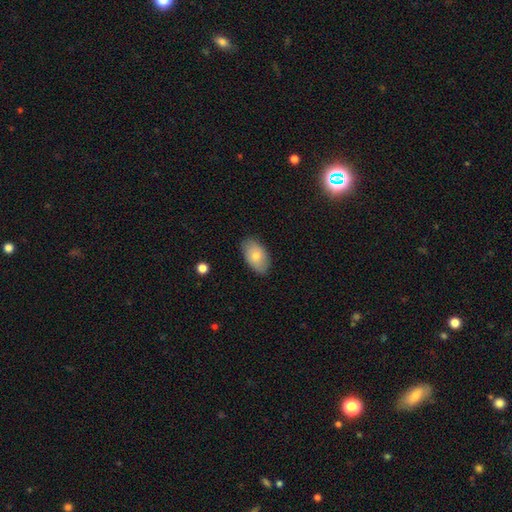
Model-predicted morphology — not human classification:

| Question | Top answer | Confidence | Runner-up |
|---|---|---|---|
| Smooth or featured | smooth | 75% | featured or disk (18%) |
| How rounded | in between | 93% | round (6%) |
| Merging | none | 84% | minor disturbance (13%) |